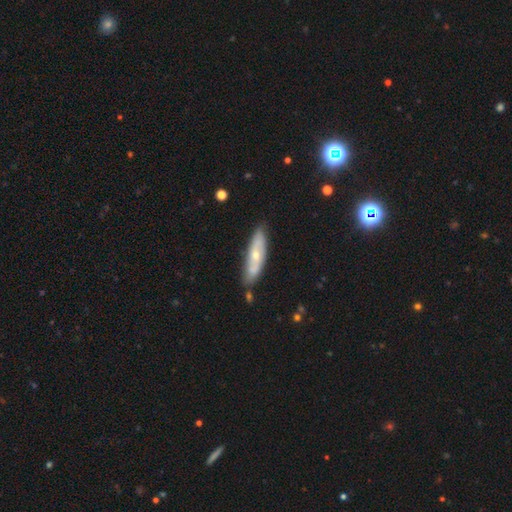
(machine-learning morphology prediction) featured or disk 52%, smooth 41%, star or artifact 6%. Down the decision tree: edge-on disk — no (60%); merging — none (75%).